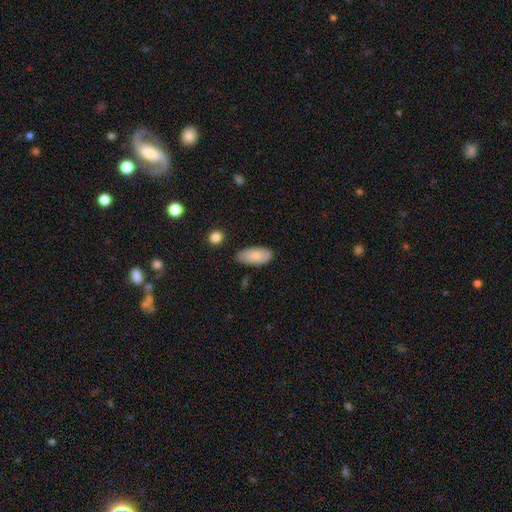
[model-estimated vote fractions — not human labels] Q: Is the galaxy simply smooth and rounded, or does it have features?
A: smooth — 80%.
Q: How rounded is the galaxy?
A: in between — 92%.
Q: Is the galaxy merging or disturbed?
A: none — 71%.